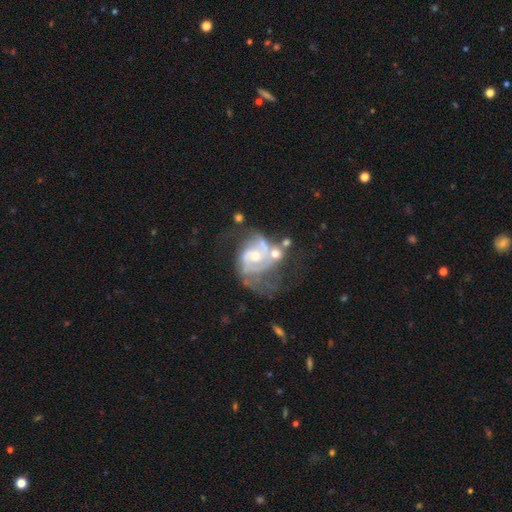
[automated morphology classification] Smooth or featured? Predicted: featured or disk (p=0.84). Edge-on disk? Predicted: no (p=0.98). Bar? Predicted: no (p=0.65). Spiral arms? Predicted: yes (p=0.91). Spiral winding? Predicted: medium (p=0.46). Spiral arm count? Predicted: 2 (p=0.63). Bulge size? Predicted: moderate (p=0.54). Merging? Predicted: none (p=0.32).